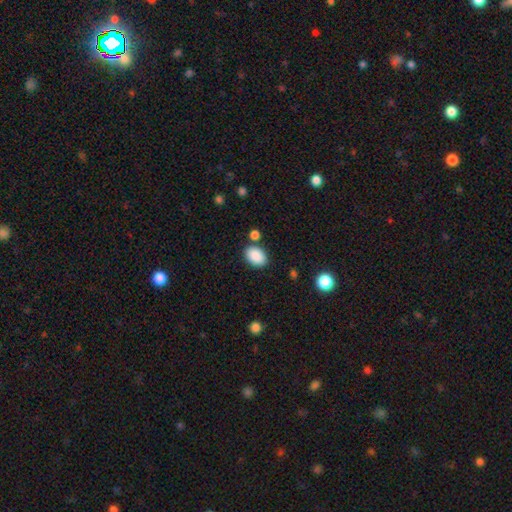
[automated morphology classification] type=smooth (89%); roundness=in between (82%); merging=none (80%).